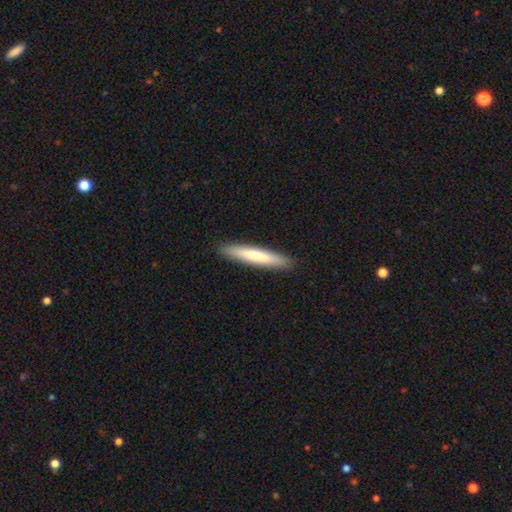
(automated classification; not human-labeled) Morphology: type=smooth (71%); roundness=cigar-shaped (93%); merging=none (91%).